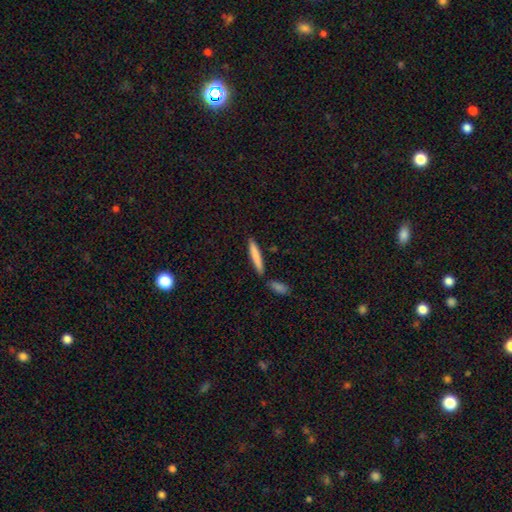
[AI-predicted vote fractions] Smooth or featured? Predicted: smooth (p=0.79). How rounded? Predicted: cigar-shaped (p=0.92). Merging? Predicted: none (p=0.82).